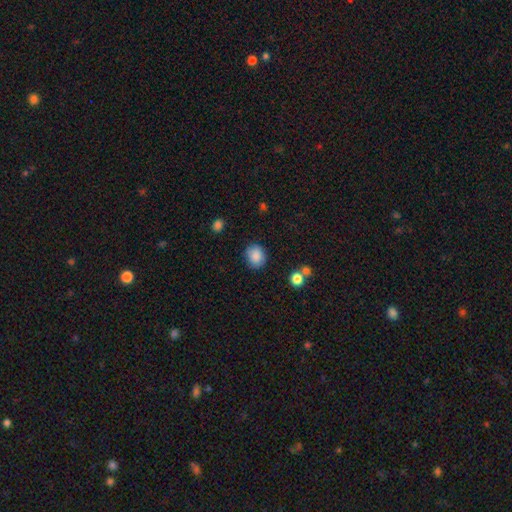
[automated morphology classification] The model was most divided on "how rounded": round: 66%, in between: 34%, cigar-shaped: 1%. More confident: smooth or featured — smooth (87%); merging — none (81%).